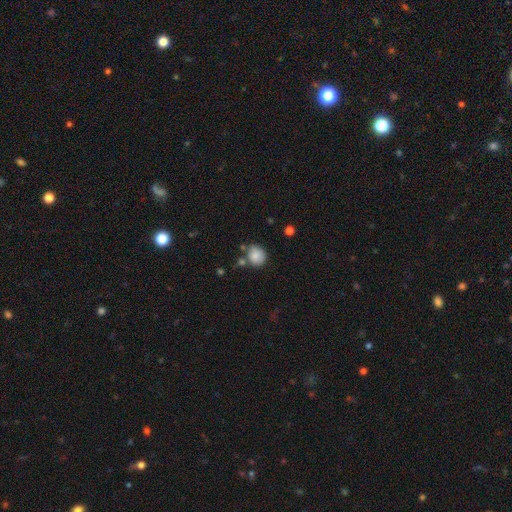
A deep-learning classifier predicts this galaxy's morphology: smooth-or-featured: smooth: 83% | star or artifact: 9% | featured or disk: 8%
  how-rounded: round: 78% | in between: 21% | cigar-shaped: 1%
  merging: none: 65% | minor disturbance: 19% | merger: 11% | major disturbance: 5%